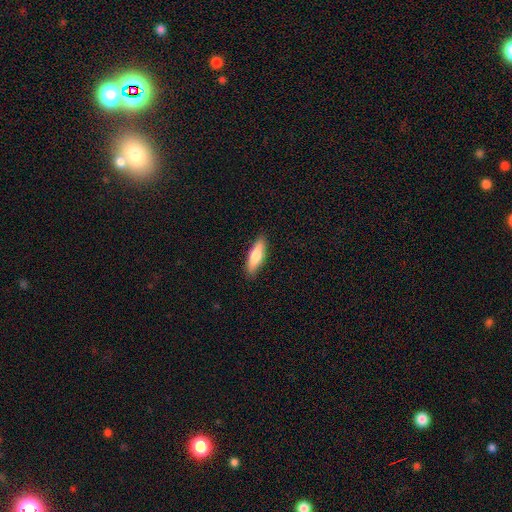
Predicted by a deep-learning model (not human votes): Morphology: type=smooth (69%); roundness=cigar-shaped (53%); merging=none (89%).